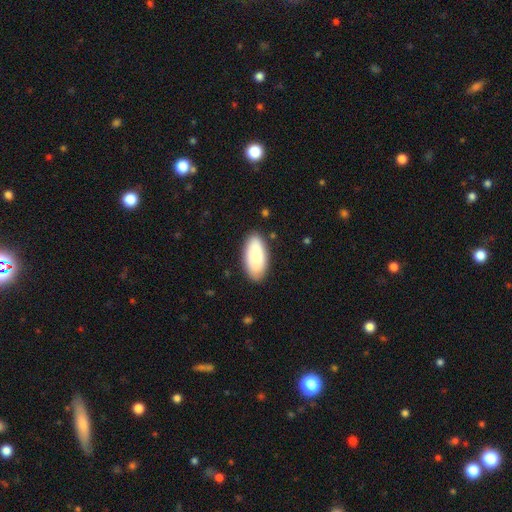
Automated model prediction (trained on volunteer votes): A smooth galaxy with no disk features (84%) that is in between round and cigar-shaped (93%). Merging: none (85%).